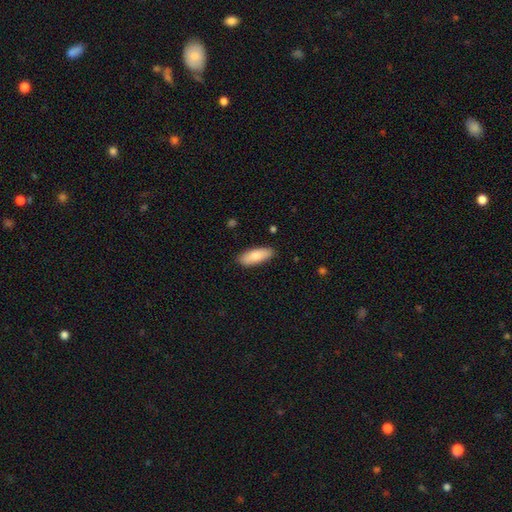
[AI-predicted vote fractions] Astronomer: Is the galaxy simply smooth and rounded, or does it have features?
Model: smooth — 83%.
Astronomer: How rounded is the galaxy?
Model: in between — 71%.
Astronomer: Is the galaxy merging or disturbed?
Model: none — 87%.